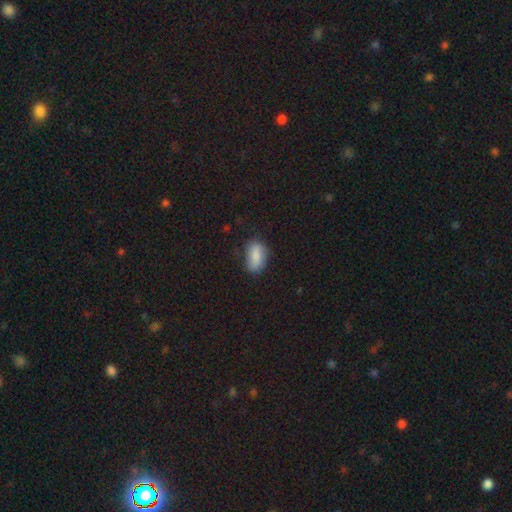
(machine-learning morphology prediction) Smooth or featured? smooth (83%)
How rounded? in between (89%)
Merging? none (70%)